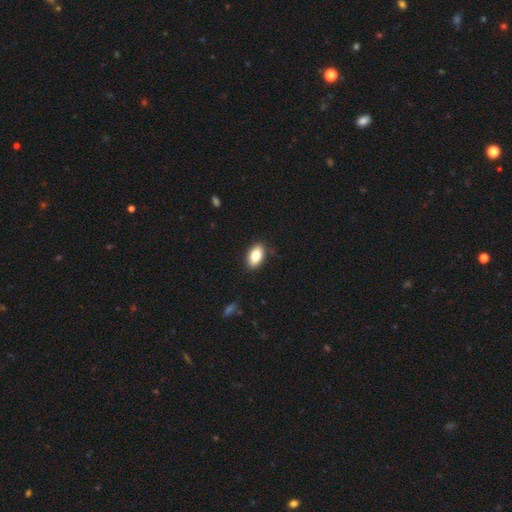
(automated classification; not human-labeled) Smooth or featured? Predicted: smooth (p=0.84). How rounded? Predicted: in between (p=0.92). Merging? Predicted: none (p=0.87).